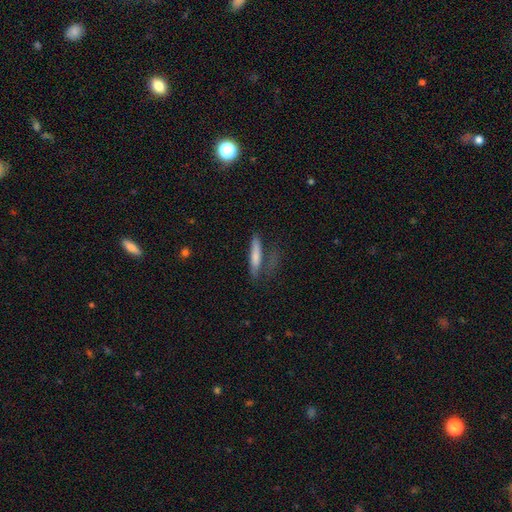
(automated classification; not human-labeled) Morphology: type=smooth (73%); roundness=cigar-shaped (83%); merging=none (56%).